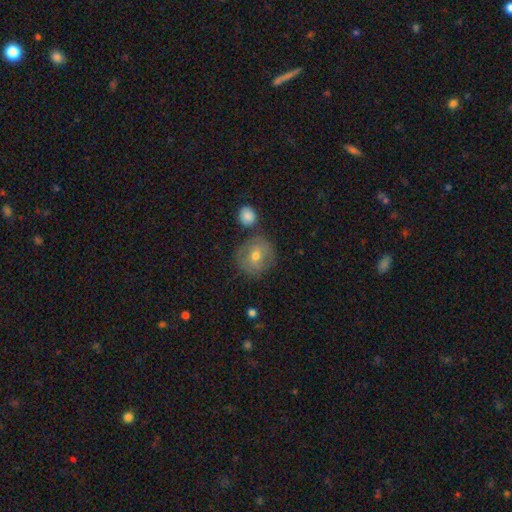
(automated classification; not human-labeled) Smooth or featured: smooth — 53% (featured or disk — 38%)
How rounded: round — 87% (in between — 12%)
Merging: none — 73% (minor disturbance — 16%)